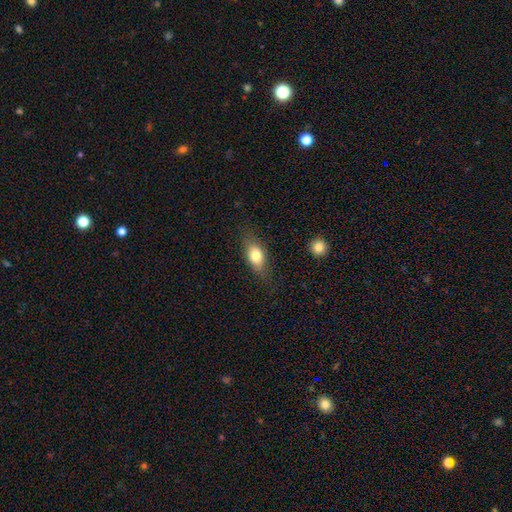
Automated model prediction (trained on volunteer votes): The model was most divided on "merging": none: 75%, minor disturbance: 18%, major disturbance: 5%, merger: 2%. More confident: how rounded — in between (81%); smooth or featured — smooth (75%).